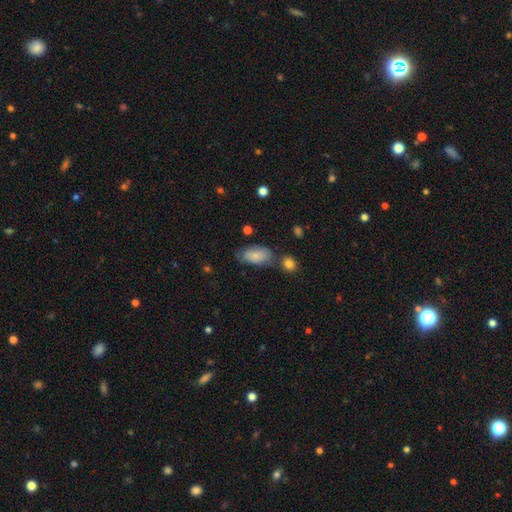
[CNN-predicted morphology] smooth 80%, featured or disk 14%, star or artifact 7%. Down the decision tree: how rounded — in between (93%); merging — none (60%).